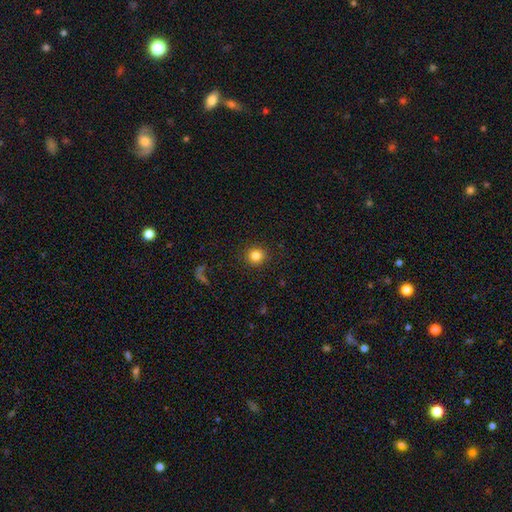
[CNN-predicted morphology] type=smooth (83%); roundness=round (91%); merging=none (91%).